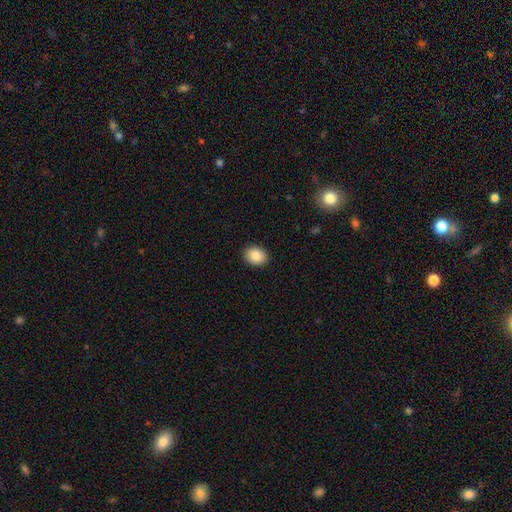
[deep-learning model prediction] Smooth or featured? Predicted: smooth (p=0.87). How rounded? Predicted: in between (p=0.58). Merging? Predicted: none (p=0.91).